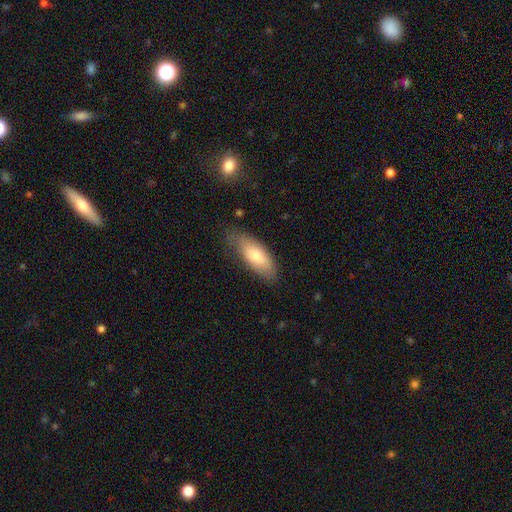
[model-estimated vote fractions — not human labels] Smooth or featured? Predicted: smooth (p=0.75). How rounded? Predicted: in between (p=0.78). Merging? Predicted: none (p=0.67).